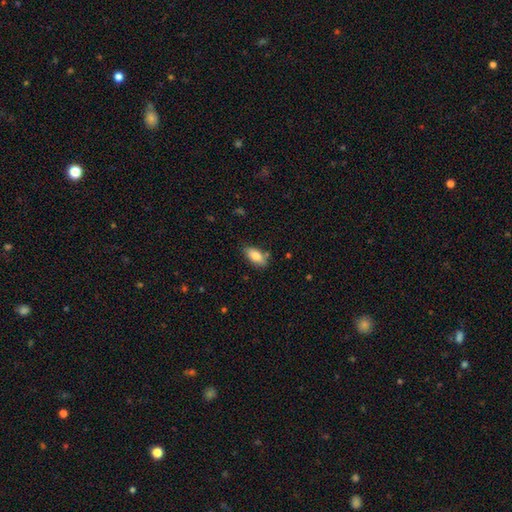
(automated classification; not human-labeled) Q: Smooth or featured?
A: smooth (83%); runner-up: featured or disk (10%)
Q: How rounded?
A: in between (89%); runner-up: cigar-shaped (8%)
Q: Merging?
A: none (78%); runner-up: minor disturbance (16%)